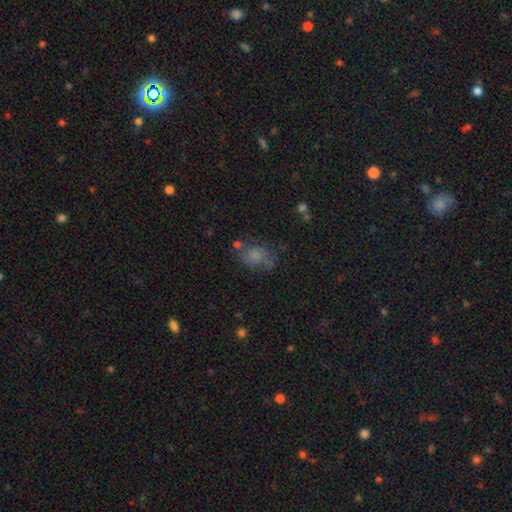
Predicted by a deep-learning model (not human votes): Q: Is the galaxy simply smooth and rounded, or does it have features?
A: smooth — 61%.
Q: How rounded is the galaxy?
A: in between — 60%.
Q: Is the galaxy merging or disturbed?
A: none — 46%.